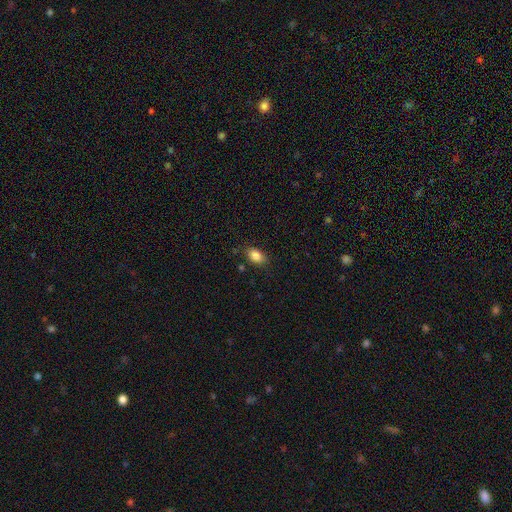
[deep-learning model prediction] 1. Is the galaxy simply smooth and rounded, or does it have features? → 85% smooth, 9% star or artifact, 6% featured or disk.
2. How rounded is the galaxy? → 87% in between, 11% round, 2% cigar-shaped.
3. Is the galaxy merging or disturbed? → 82% none, 13% minor disturbance, 3% major disturbance, 2% merger.